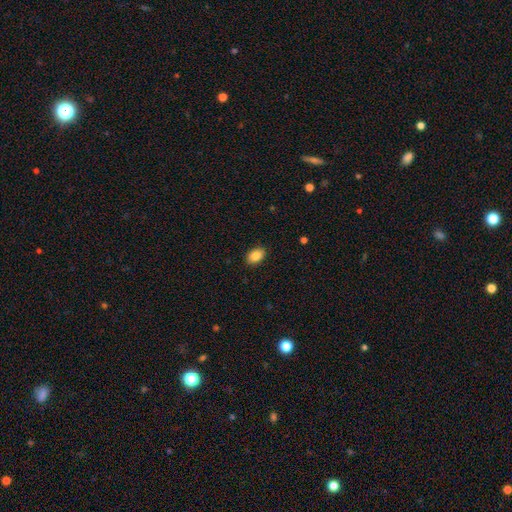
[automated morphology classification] This is clearly a smooth galaxy (86%). How rounded: clearly in between (85%). Merging: clearly none (89%).